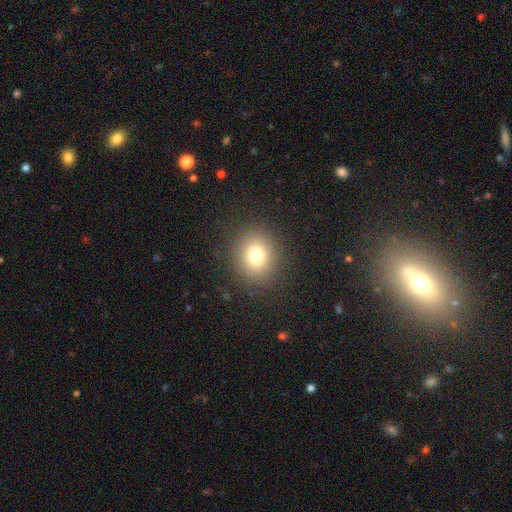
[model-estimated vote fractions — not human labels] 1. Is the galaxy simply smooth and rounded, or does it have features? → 77% smooth, 14% star or artifact, 9% featured or disk.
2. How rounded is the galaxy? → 76% round, 23% in between, 1% cigar-shaped.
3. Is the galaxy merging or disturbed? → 88% none, 7% minor disturbance, 4% major disturbance, 1% merger.